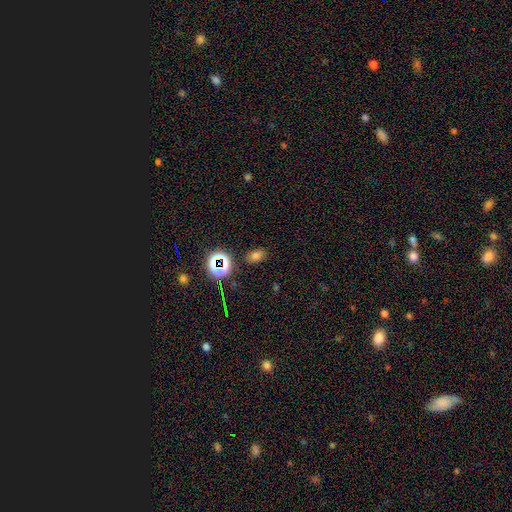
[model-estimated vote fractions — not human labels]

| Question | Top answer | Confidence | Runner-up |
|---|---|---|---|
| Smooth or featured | smooth | 68% | star or artifact (25%) |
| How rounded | in between | 81% | round (18%) |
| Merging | none | 82% | minor disturbance (11%) |